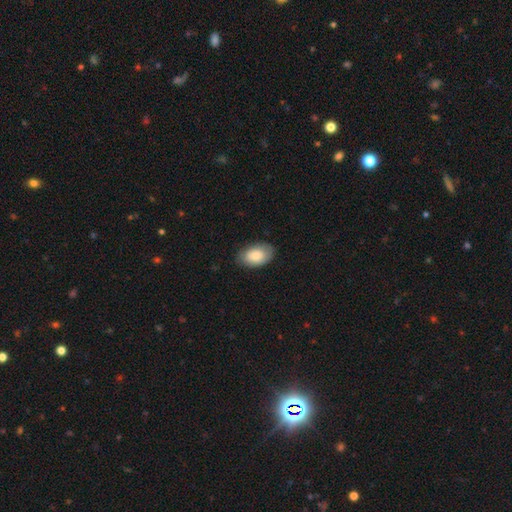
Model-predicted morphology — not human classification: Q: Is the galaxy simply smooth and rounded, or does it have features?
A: smooth — 82%.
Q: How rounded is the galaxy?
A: in between — 92%.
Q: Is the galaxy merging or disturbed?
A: none — 81%.